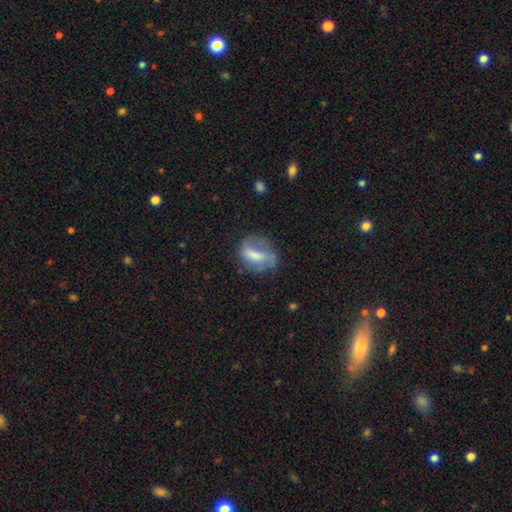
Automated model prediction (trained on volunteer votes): A smooth galaxy with no disk features (58%) that is in between round and cigar-shaped (70%). Merging: none (48%).